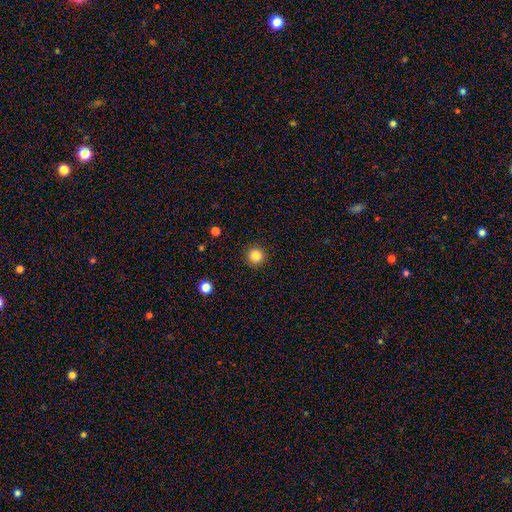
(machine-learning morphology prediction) Smooth or featured? Predicted: smooth (p=0.84). How rounded? Predicted: round (p=0.95). Merging? Predicted: none (p=0.92).